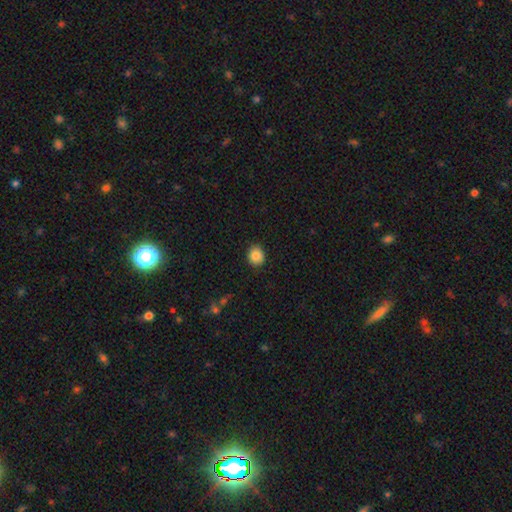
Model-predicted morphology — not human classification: The model was most divided on "how rounded": round: 72%, in between: 27%, cigar-shaped: 1%. More confident: merging — none (89%); smooth or featured — smooth (86%).